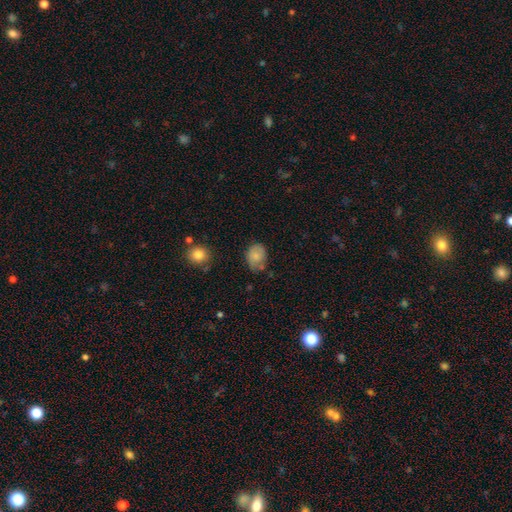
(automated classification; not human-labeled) Smooth or featured? smooth (74%)
How rounded? in between (59%)
Merging? none (57%)